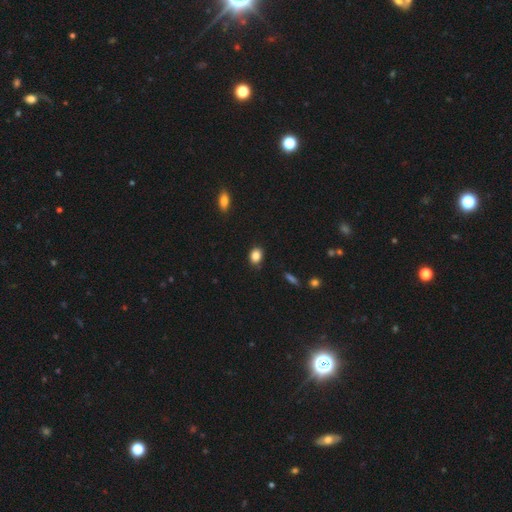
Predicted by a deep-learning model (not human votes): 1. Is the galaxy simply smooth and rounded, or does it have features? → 86% smooth, 9% star or artifact, 5% featured or disk.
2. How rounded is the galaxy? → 58% in between, 41% round, 1% cigar-shaped.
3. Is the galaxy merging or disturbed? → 85% none, 12% minor disturbance, 2% major disturbance, 1% merger.